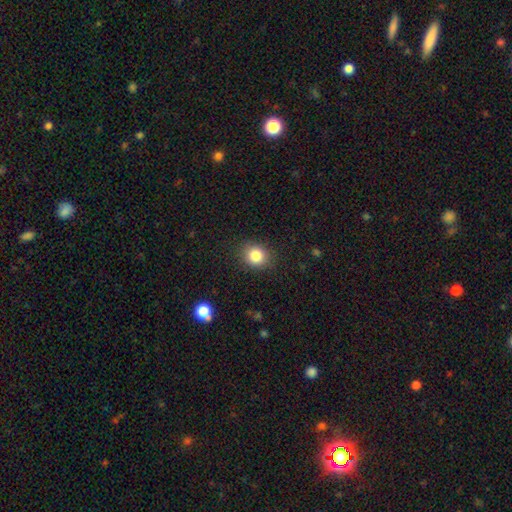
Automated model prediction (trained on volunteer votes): Overall: smooth (84%). How rounded: round (72%). Merging: none (87%).